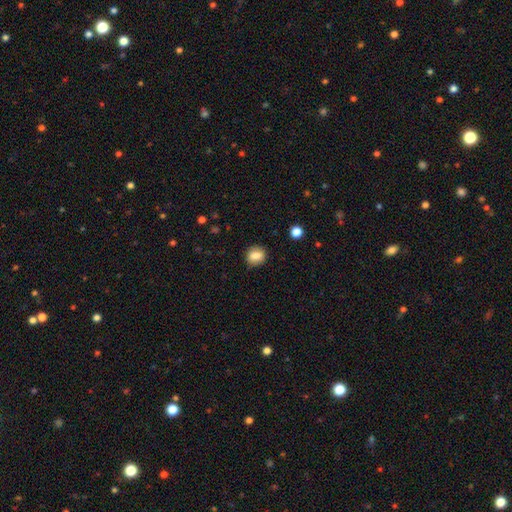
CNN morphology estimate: This is clearly a smooth galaxy (83%). How rounded: likely round (65%). Merging: clearly none (86%).